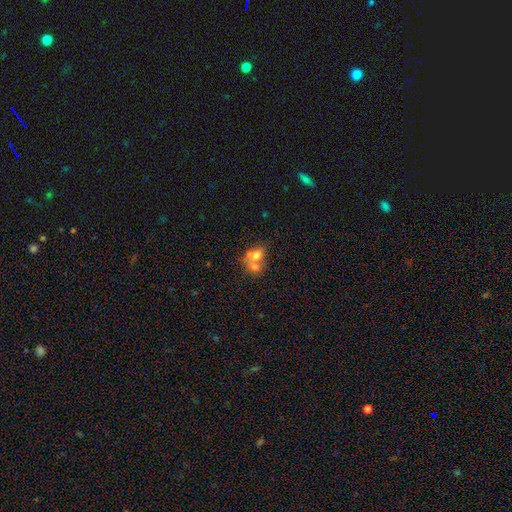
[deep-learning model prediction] Overall: smooth (65%). How rounded: in between (61%; round 37%). Merging: merger (66%).